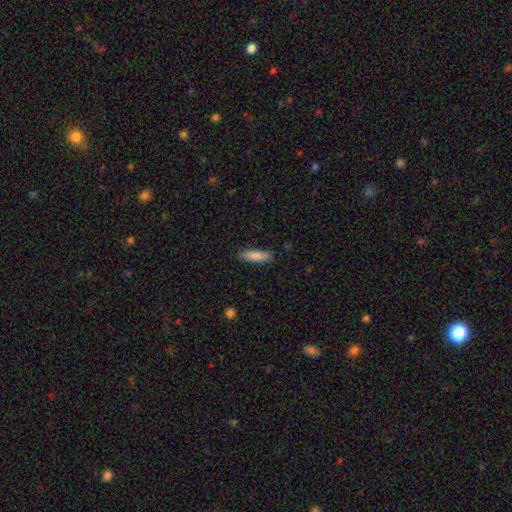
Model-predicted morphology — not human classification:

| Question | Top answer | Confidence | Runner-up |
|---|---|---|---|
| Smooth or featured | smooth | 86% | featured or disk (8%) |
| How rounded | cigar-shaped | 58% | in between (40%) |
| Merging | none | 87% | minor disturbance (9%) |